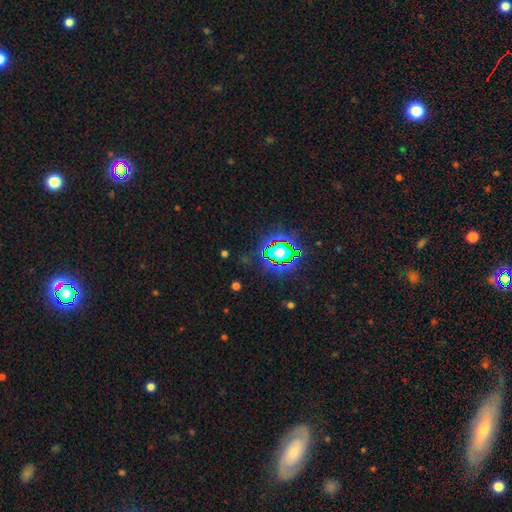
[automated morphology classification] Smooth or featured? Predicted: star or artifact (p=0.81).